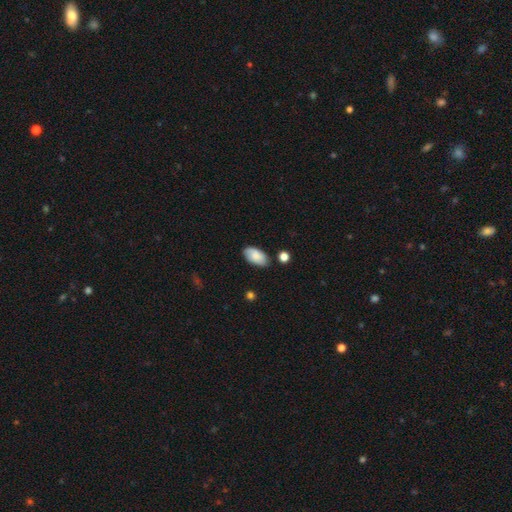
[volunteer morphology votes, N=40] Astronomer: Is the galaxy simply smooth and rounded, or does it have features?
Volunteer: smooth — 90%.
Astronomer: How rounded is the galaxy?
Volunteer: in between — 97%.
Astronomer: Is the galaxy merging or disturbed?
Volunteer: none — 81%.